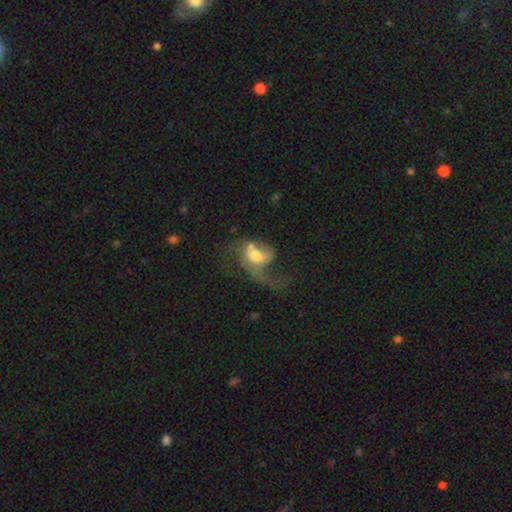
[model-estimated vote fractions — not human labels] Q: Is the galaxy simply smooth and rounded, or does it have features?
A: featured or disk — 58%.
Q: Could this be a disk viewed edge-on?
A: no — 96%.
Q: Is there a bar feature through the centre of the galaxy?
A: no — 66%.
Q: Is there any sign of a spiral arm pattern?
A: yes — 72%.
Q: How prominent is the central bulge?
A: moderate — 46%.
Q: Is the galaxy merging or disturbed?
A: major disturbance — 53%.